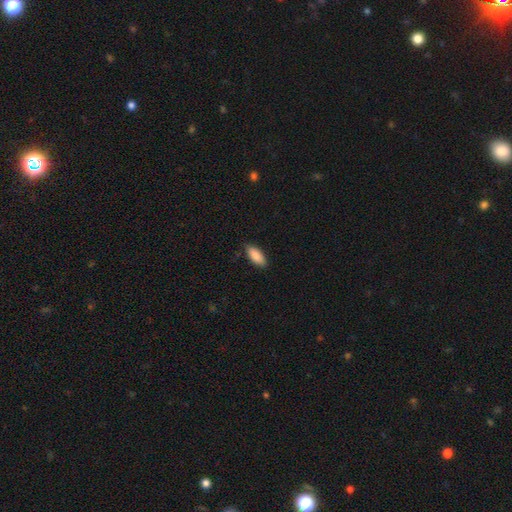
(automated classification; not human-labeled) This appears to be a smooth galaxy with no disk features (89%) that is in between round and cigar-shaped (82%). Merging: none (85%).